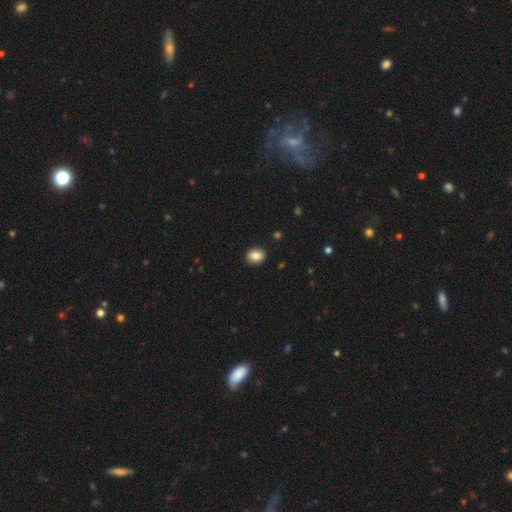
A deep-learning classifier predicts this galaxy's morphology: smooth_or_featured: smooth (p=0.84) [alt: star or artifact p=0.08]
how_rounded: in between (p=0.56) [alt: round p=0.43]
merging: none (p=0.91) [alt: minor disturbance p=0.07]